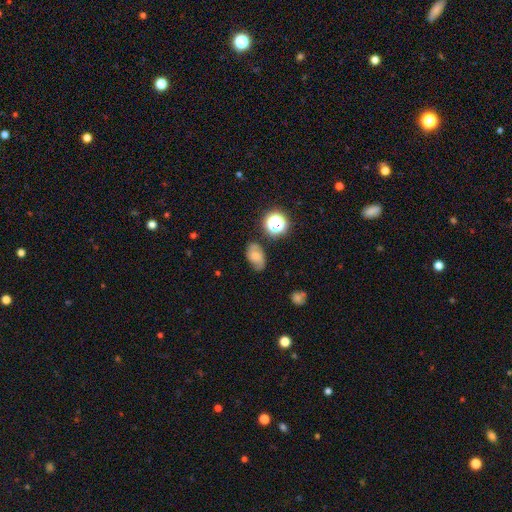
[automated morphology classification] smooth 43%, featured or disk 42%, star or artifact 15%. Down the decision tree: merging — none (66%).